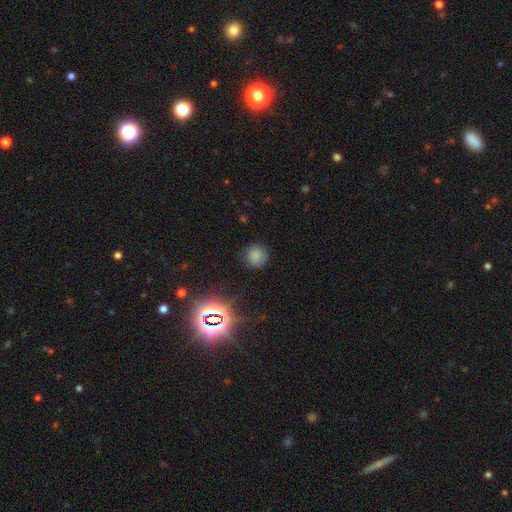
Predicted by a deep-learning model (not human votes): Smooth or featured?
  - smooth: 74% *
  - star or artifact: 18%
  - featured or disk: 8%
How rounded?
  - round: 91% *
  - in between: 8%
  - cigar-shaped: 1%
Merging?
  - none: 83% *
  - minor disturbance: 12%
  - major disturbance: 4%
  - merger: 1%